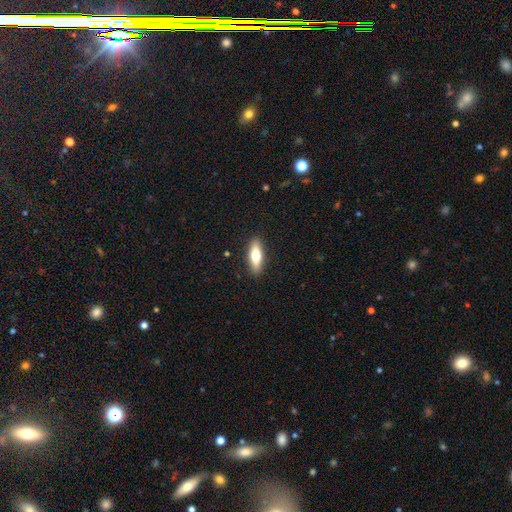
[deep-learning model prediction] Overall: smooth (65%; featured or disk 29%). How rounded: in between (51%; cigar-shaped 47%). Merging: none (89%).